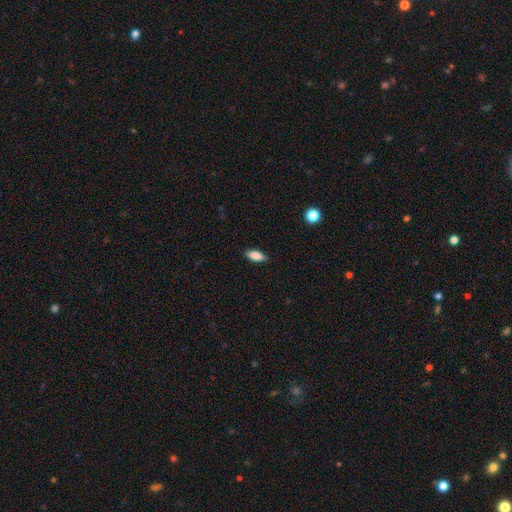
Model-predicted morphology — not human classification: Overall: smooth (84%). How rounded: in between (77%). Merging: none (88%).